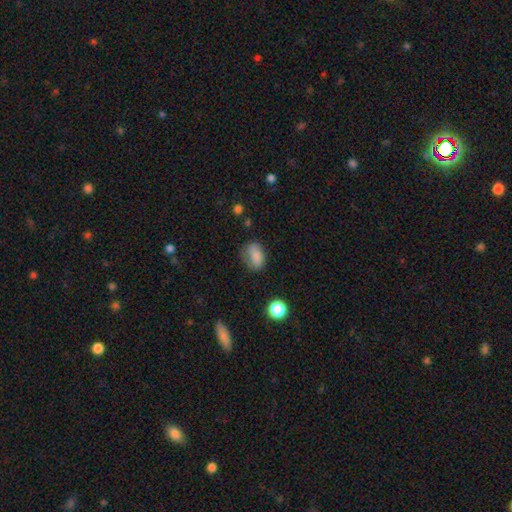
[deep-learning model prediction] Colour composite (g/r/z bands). It shows a smooth galaxy with no disk features (82%) that is in between round and cigar-shaped (81%). Merging: none (61%).